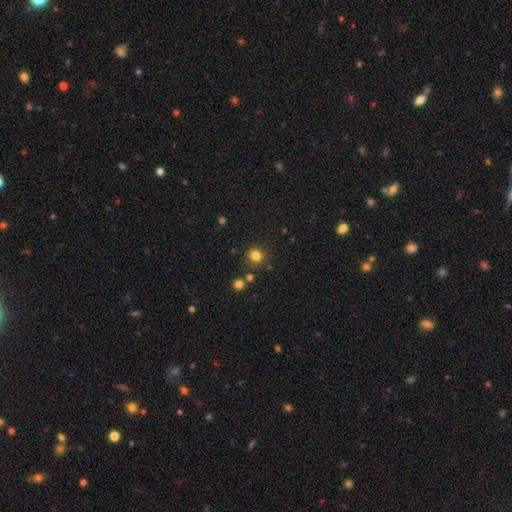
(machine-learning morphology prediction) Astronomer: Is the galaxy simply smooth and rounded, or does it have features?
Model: smooth — 81%.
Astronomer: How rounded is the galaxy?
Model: round — 89%.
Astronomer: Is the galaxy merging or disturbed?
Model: none — 84%.